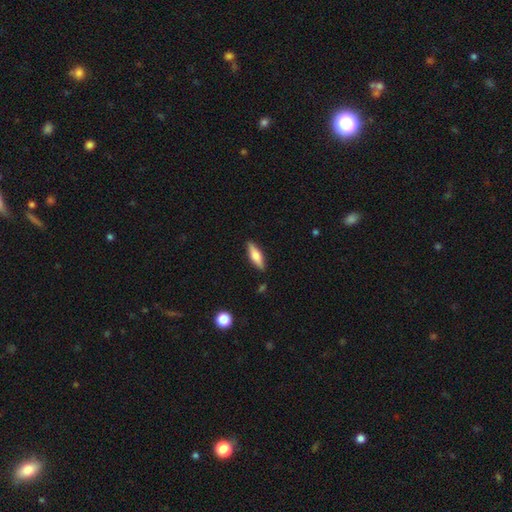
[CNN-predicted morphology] This appears to be a smooth galaxy with no disk features (55%) that is cigar-shaped (58%). Merging: none (87%).